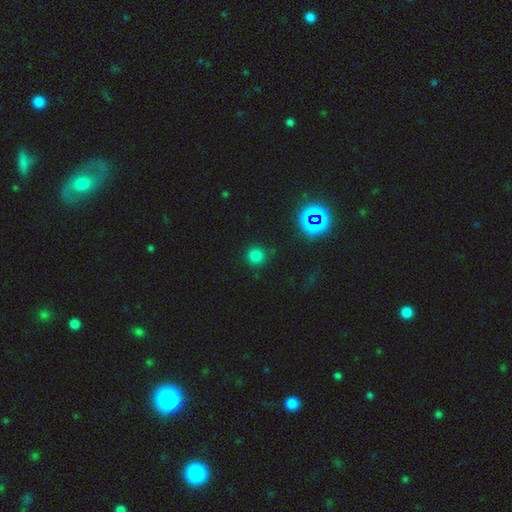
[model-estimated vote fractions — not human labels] smooth 76%, star or artifact 19%, featured or disk 5%. Down the decision tree: how rounded — round (93%); merging — none (88%).